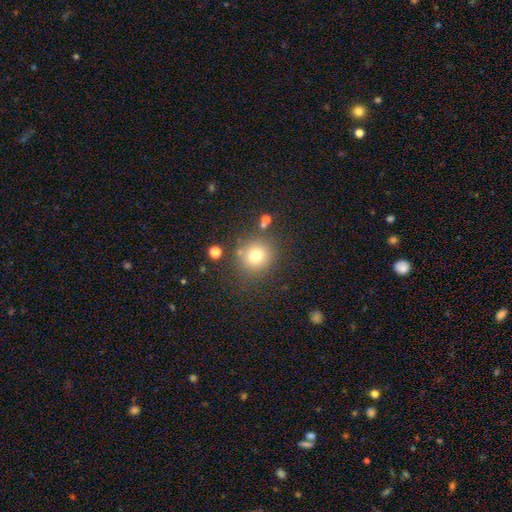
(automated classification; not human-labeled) Overall: smooth (73%). How rounded: round (91%). Merging: none (79%).